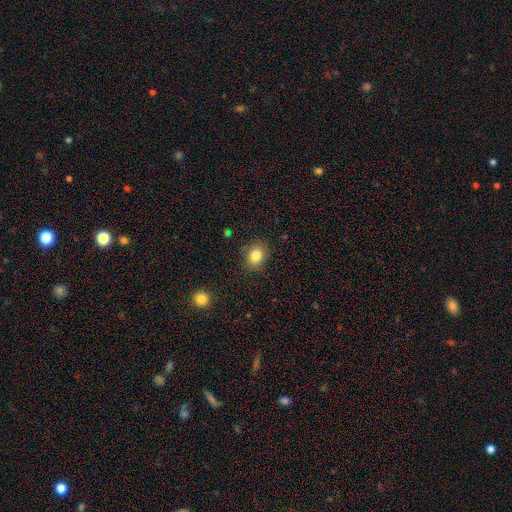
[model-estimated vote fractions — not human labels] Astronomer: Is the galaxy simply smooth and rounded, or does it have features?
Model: smooth — 83%.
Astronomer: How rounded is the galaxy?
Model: round — 51% (runner-up: in between, 48%).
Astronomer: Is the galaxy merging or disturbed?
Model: none — 85%.